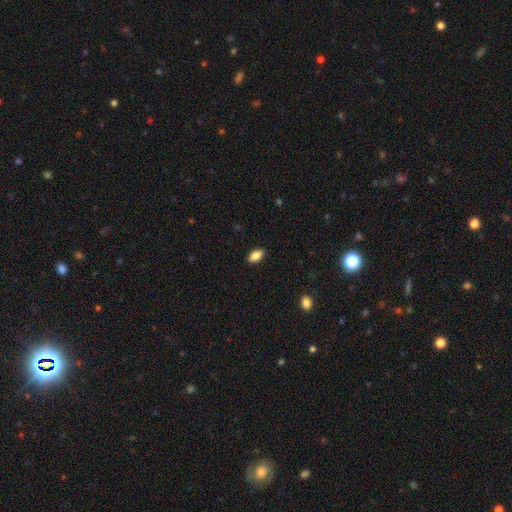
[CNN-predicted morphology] smooth 86%, star or artifact 8%, featured or disk 6%. Down the decision tree: how rounded — in between (91%); merging — none (89%).